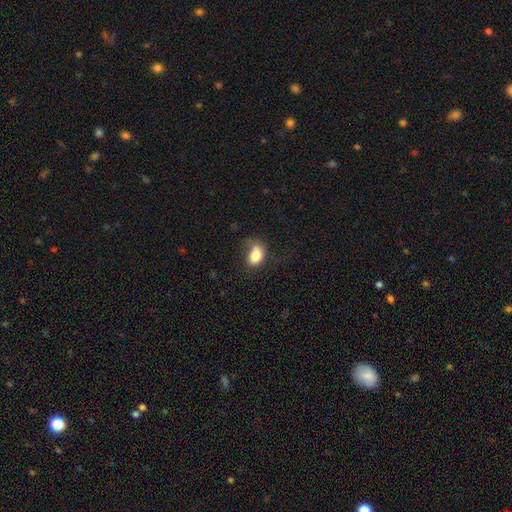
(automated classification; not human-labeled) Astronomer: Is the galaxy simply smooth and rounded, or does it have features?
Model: smooth — 83%.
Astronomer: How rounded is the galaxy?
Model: in between — 74%.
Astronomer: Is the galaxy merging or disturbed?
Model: none — 52% (runner-up: minor disturbance, 30%).